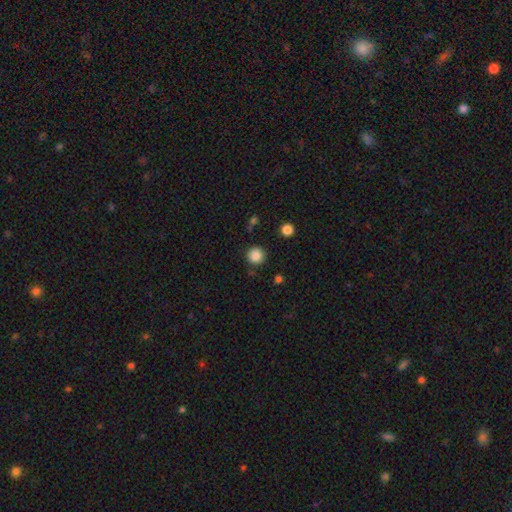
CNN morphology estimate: This is clearly a smooth galaxy (86%). How rounded: clearly round (95%). Merging: clearly none (89%).